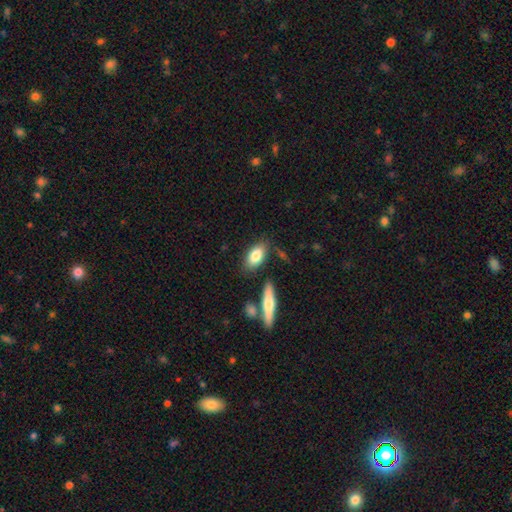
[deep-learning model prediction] A smooth galaxy with no disk features (81%) that is in between round and cigar-shaped (88%).

Vote fractions:
- Smooth or featured? smooth: 81% / featured or disk: 12% / star or artifact: 6%
- How rounded? in between: 88% / cigar-shaped: 7% / round: 5%
- Merging? none: 75% / minor disturbance: 14% / merger: 7% / major disturbance: 4%